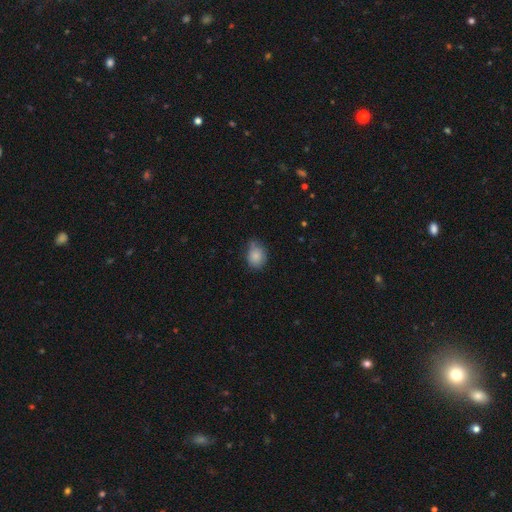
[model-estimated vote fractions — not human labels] smooth 84%, star or artifact 9%, featured or disk 7%. Down the decision tree: how rounded — in between (51%); merging — none (61%).